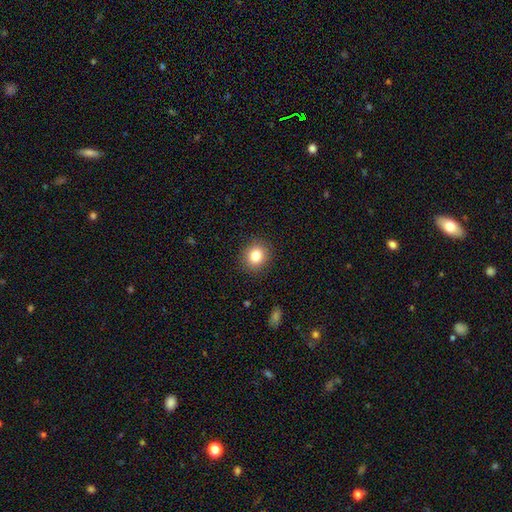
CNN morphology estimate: smooth_or_featured: smooth (p=0.83) [alt: star or artifact p=0.10]
how_rounded: round (p=0.80) [alt: in between p=0.19]
merging: none (p=0.89) [alt: minor disturbance p=0.07]